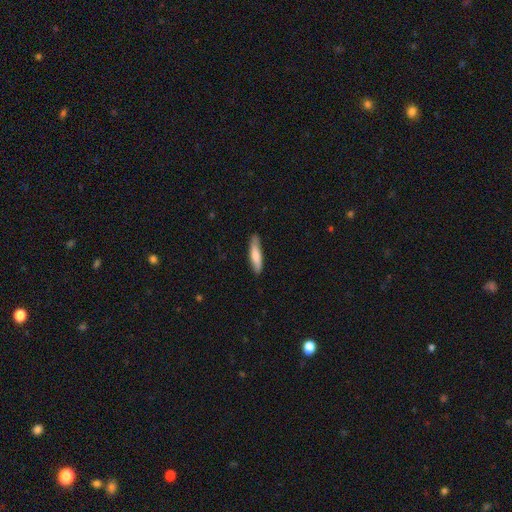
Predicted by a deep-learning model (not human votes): Morphology: type=smooth (73%); roundness=cigar-shaped (81%); merging=none (83%).